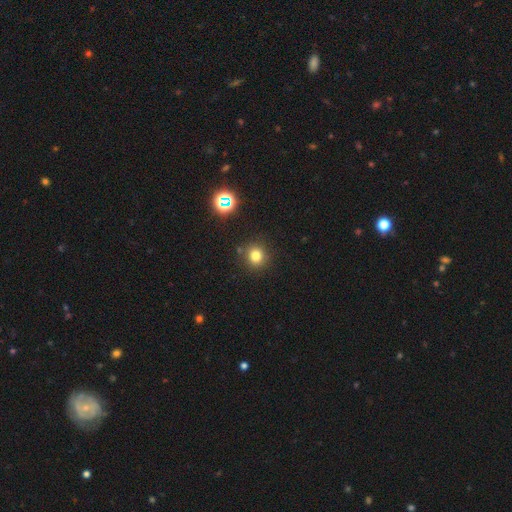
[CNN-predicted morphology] A smooth galaxy with no disk features (77%) that is round (89%). Merging: none (85%).